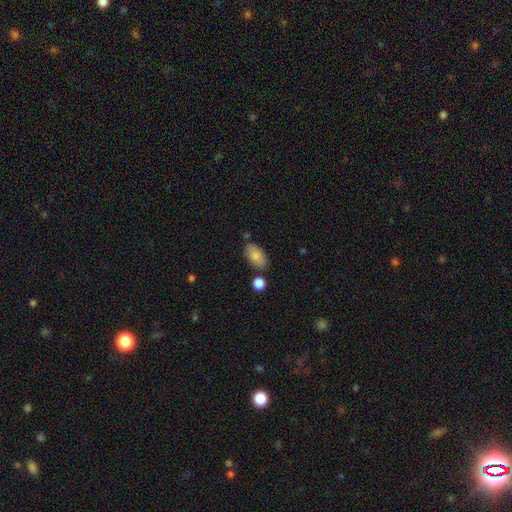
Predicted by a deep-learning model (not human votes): This is clearly a smooth galaxy (84%). How rounded: clearly in between (93%). Merging: likely none (75%).